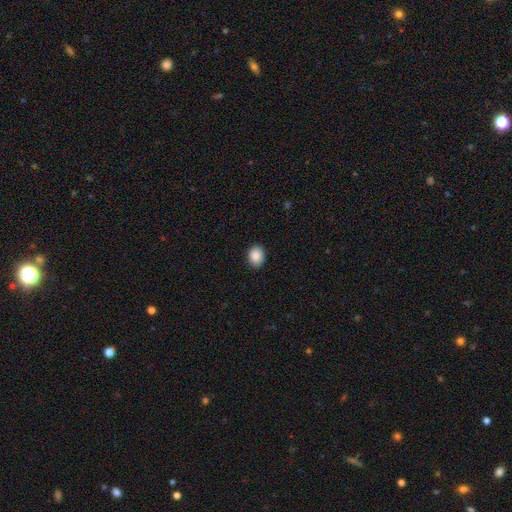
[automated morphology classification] This appears to be a smooth galaxy with no disk features (89%) that is in between round and cigar-shaped (63%). Merging: none (88%).